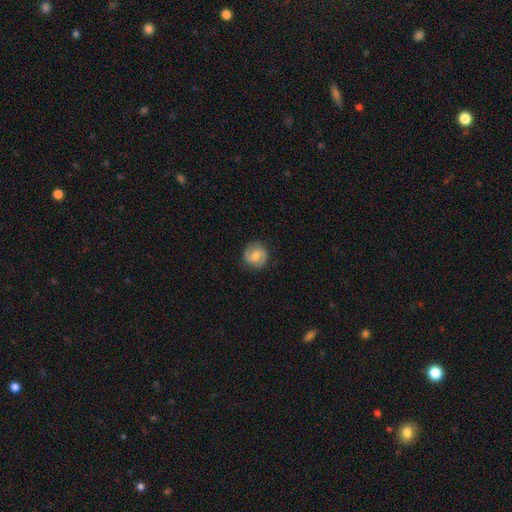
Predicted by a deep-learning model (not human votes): Smooth or featured? featured or disk (62%)
Edge-on disk? no (98%)
Bar? weak (51%)
Spiral arms? yes (90%)
Spiral winding? medium (48%)
Spiral arm count? 2 (89%)
Bulge size? moderate (65%)
Merging? none (86%)